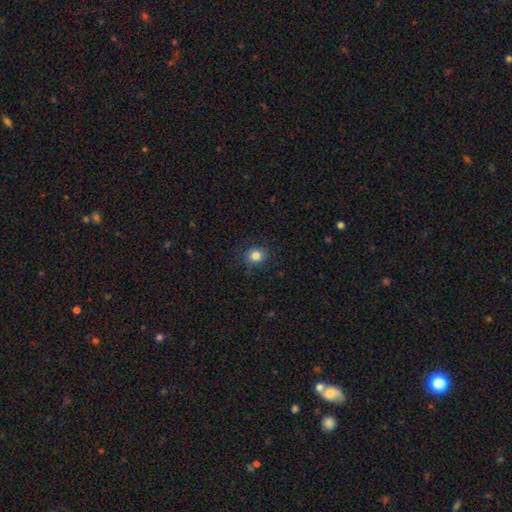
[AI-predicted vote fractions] Smooth or featured? smooth (83%)
How rounded? round (84%)
Merging? none (86%)